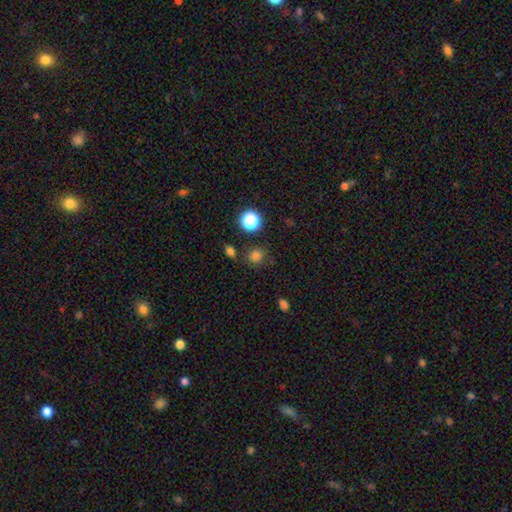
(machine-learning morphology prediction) A smooth galaxy with no disk features (77%) that is round (87%).

Vote fractions:
- Smooth or featured? smooth: 77% / star or artifact: 18% / featured or disk: 5%
- How rounded? round: 87% / in between: 12% / cigar-shaped: 1%
- Merging? none: 81% / minor disturbance: 10% / merger: 6% / major disturbance: 3%